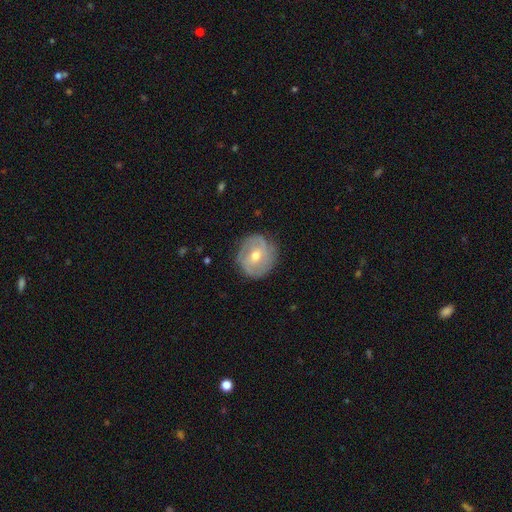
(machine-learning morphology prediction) smooth_or_featured: featured or disk (p=0.69) [alt: smooth p=0.24]
disk_edge_on: no (p=0.97) [alt: yes p=0.03]
bar: no (p=0.48) [alt: weak p=0.40]
has_spiral_arms: yes (p=0.84) [alt: no p=0.16]
spiral_winding: tight (p=0.52) [alt: medium p=0.35]
spiral_arm_count: 2 (p=0.39) [alt: can't tell p=0.28]
bulge_size: moderate (p=0.66) [alt: small p=0.30]
merging: none (p=0.79) [alt: minor disturbance p=0.15]